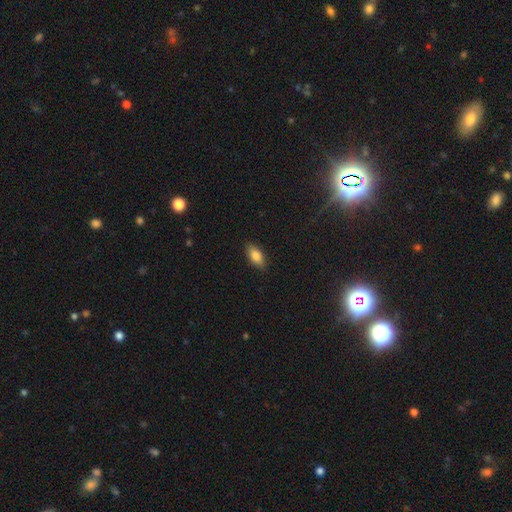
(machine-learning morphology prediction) A smooth galaxy with no disk features (84%) that is in between round and cigar-shaped (88%).

Vote fractions:
- Smooth or featured? smooth: 84% / featured or disk: 9% / star or artifact: 7%
- How rounded? in between: 88% / cigar-shaped: 8% / round: 4%
- Merging? none: 87% / minor disturbance: 10% / major disturbance: 2% / merger: 1%